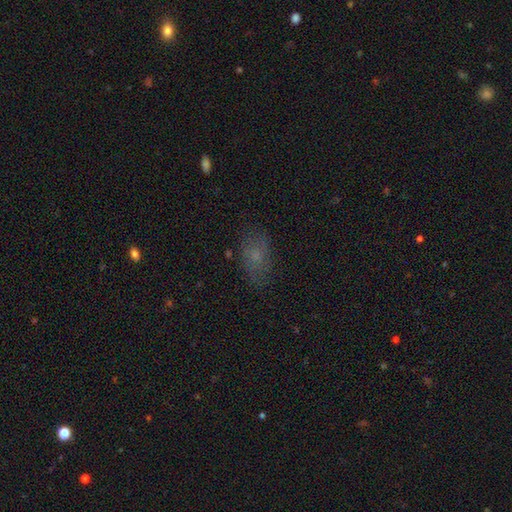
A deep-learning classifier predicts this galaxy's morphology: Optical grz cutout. It shows a smooth galaxy with no disk features (57%) that is in between round and cigar-shaped (82%). Merging: none (73%).